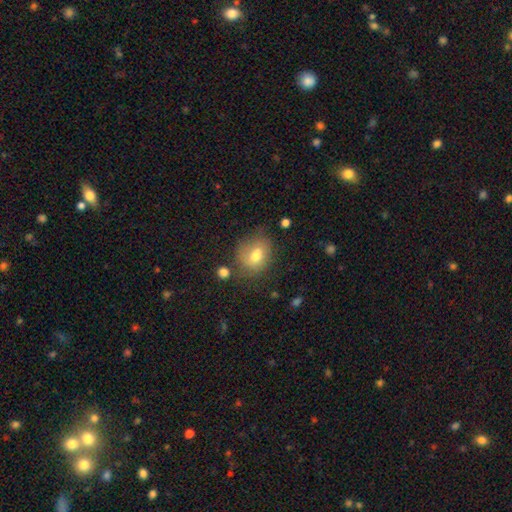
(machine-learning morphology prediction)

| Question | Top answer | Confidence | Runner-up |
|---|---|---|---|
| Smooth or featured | smooth | 71% | featured or disk (19%) |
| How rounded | in between | 49% | tied: round (49%) |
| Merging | none | 56% | minor disturbance (25%) |